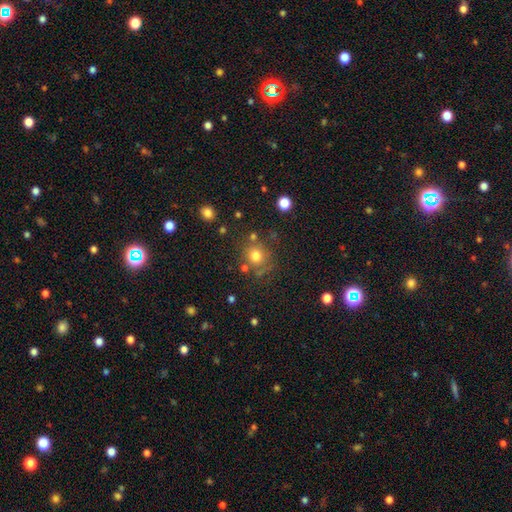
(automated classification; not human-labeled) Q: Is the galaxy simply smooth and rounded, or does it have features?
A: smooth — 75%.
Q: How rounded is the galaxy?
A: round — 85%.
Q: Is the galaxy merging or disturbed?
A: none — 73%.